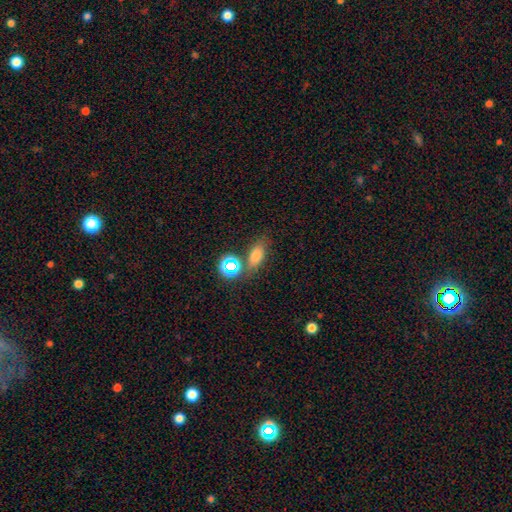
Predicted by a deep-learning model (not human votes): Overall: smooth (68%). How rounded: in between (69%). Merging: none (68%).